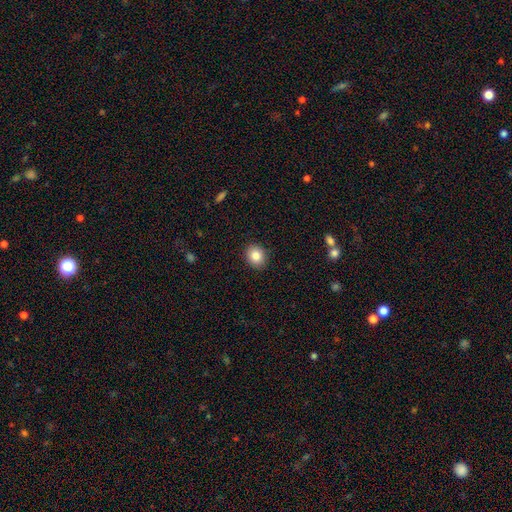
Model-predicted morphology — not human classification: Q: Smooth or featured?
A: smooth (85%); runner-up: star or artifact (9%)
Q: How rounded?
A: round (64%); runner-up: in between (35%)
Q: Merging?
A: none (90%); runner-up: minor disturbance (7%)